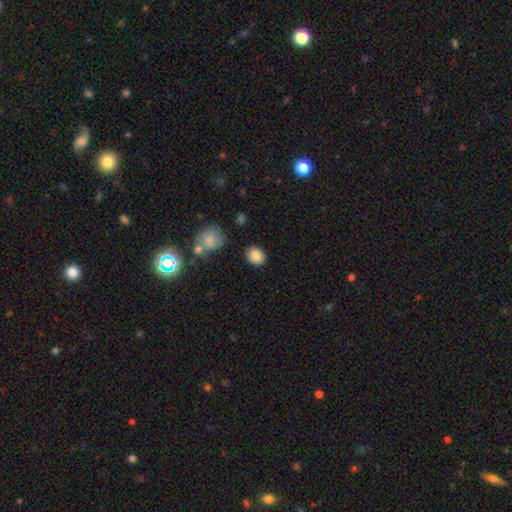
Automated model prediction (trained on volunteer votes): Morphology: type=smooth (86%); roundness=round (61%); merging=none (86%).